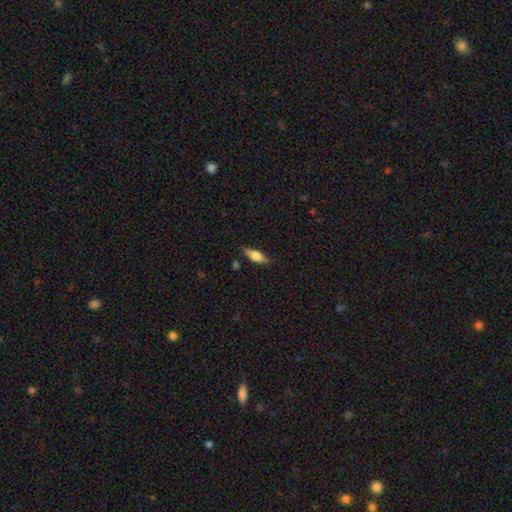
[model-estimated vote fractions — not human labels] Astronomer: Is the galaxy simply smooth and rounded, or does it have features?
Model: smooth — 54% (runner-up: featured or disk, 39%).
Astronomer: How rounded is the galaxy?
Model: in between — 61%.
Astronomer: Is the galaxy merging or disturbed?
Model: none — 80%.